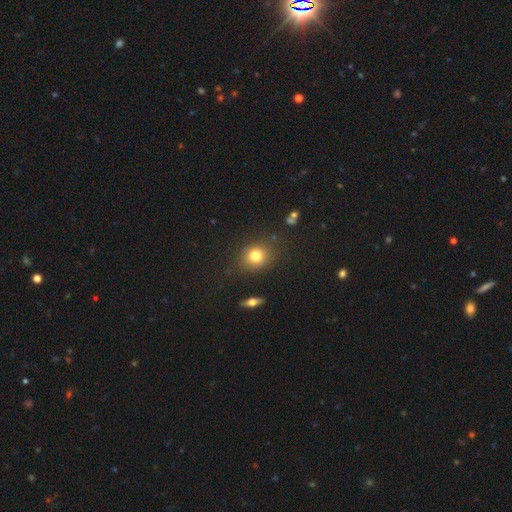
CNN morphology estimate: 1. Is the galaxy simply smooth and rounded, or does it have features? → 78% smooth, 12% star or artifact, 9% featured or disk.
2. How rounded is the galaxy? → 70% round, 29% in between, 1% cigar-shaped.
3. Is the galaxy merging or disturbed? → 81% none, 12% minor disturbance, 4% major disturbance, 3% merger.